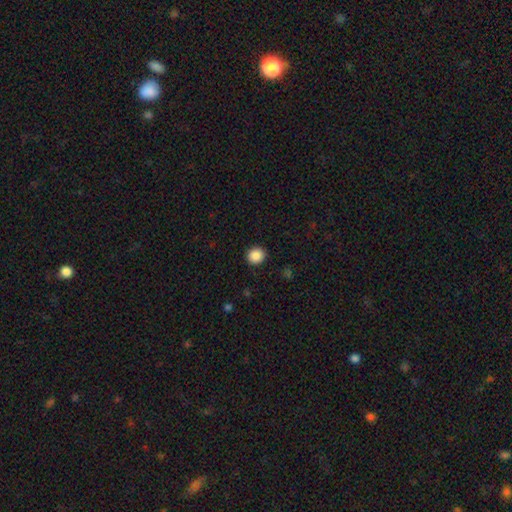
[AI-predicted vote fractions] Q: Smooth or featured?
A: smooth (88%); runner-up: star or artifact (9%)
Q: How rounded?
A: round (87%); runner-up: in between (13%)
Q: Merging?
A: none (91%); runner-up: minor disturbance (6%)